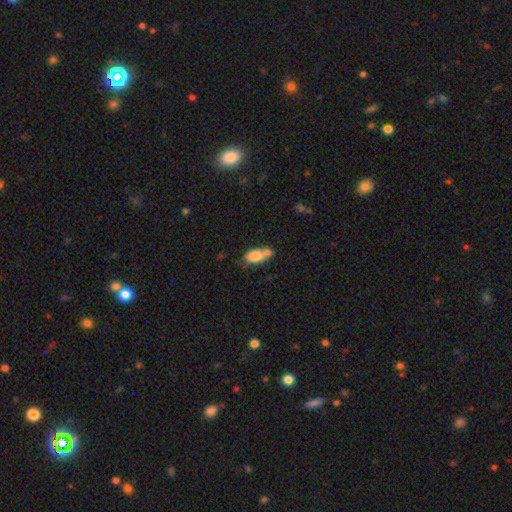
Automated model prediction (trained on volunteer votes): Smooth or featured? Predicted: smooth (p=0.80). How rounded? Predicted: in between (p=0.86). Merging? Predicted: merger (p=0.46).